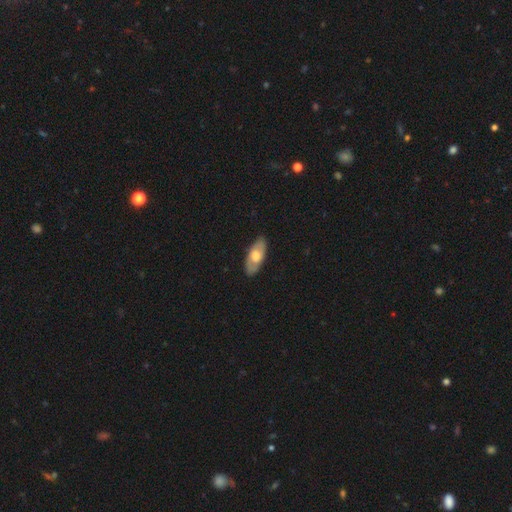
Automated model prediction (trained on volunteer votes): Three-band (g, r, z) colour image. It shows a smooth galaxy with no disk features (52%) that is in between round and cigar-shaped (85%). Merging: none (85%).